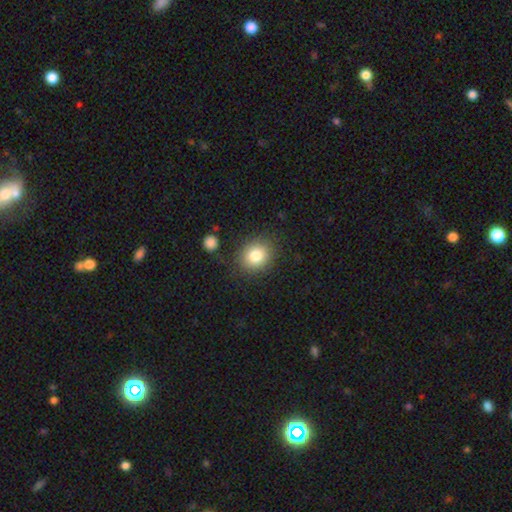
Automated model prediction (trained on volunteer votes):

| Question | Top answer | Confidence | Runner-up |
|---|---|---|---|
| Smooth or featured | smooth | 82% | star or artifact (10%) |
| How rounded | round | 70% | in between (29%) |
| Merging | none | 83% | minor disturbance (10%) |